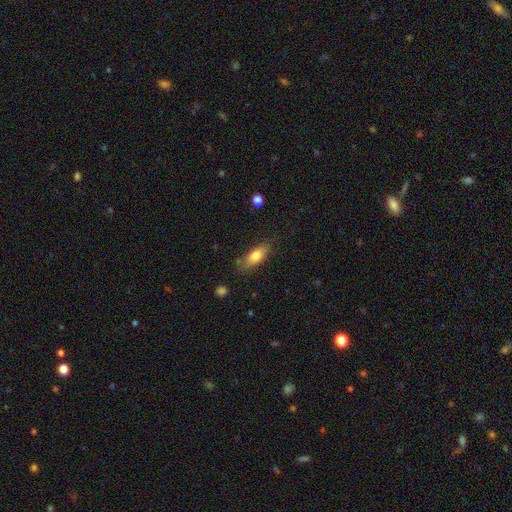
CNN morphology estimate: type=smooth (76%); roundness=in between (75%); merging=none (76%).